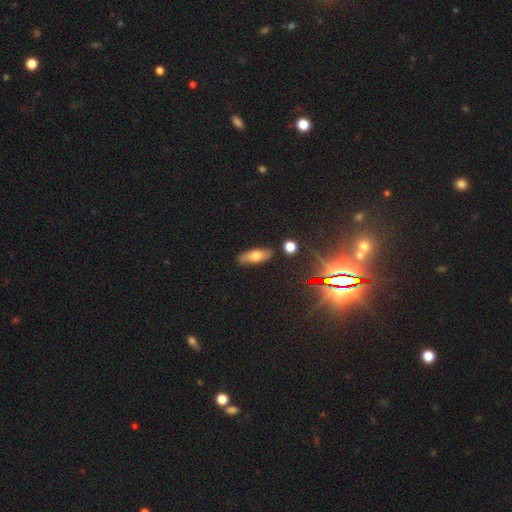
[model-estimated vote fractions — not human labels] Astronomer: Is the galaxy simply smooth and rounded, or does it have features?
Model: smooth — 67%.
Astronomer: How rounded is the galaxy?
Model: in between — 66%.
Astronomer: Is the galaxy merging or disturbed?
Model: none — 84%.